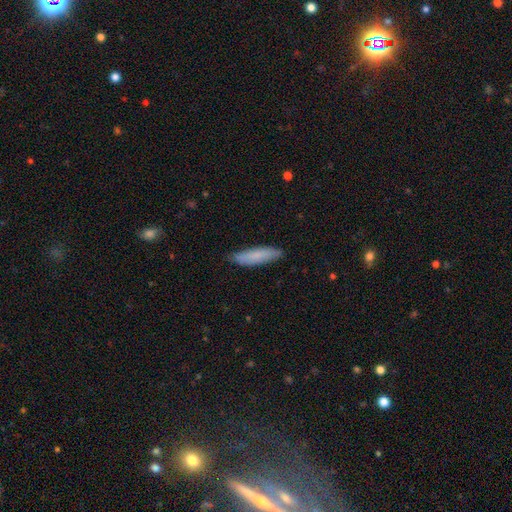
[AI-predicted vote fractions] A smooth galaxy with no disk features (78%) that is cigar-shaped (73%). Merging: none (84%).